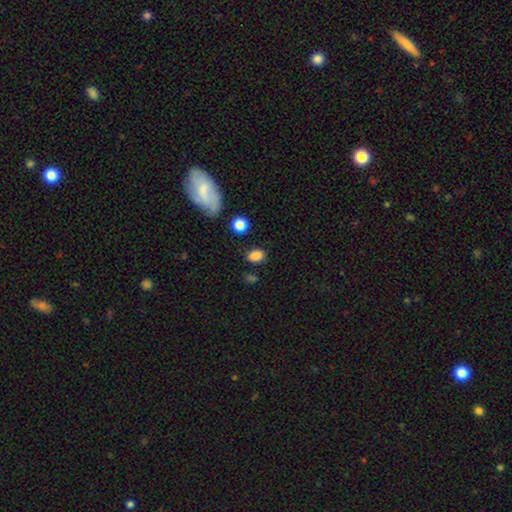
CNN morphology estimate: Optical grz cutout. It shows a smooth galaxy with no disk features (84%) that is in between round and cigar-shaped (76%). Merging: none (80%).